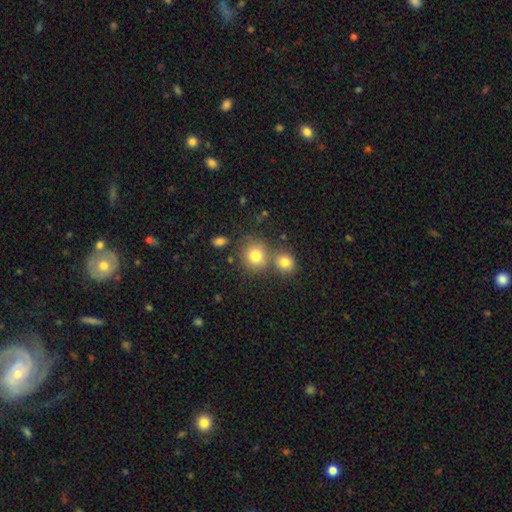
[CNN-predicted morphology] Smooth or featured?
  - smooth: 78% *
  - star or artifact: 12%
  - featured or disk: 10%
How rounded?
  - round: 83% *
  - in between: 16%
  - cigar-shaped: 1%
Merging?
  - none: 58% *
  - merger: 29%
  - minor disturbance: 10%
  - major disturbance: 4%